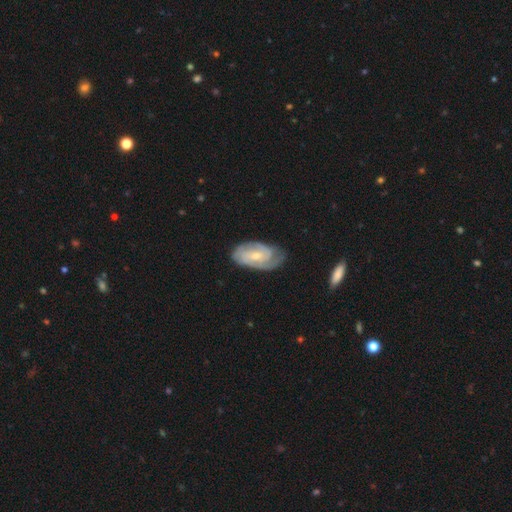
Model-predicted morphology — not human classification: A featured or disk galaxy (79%) with no bar (53%), 2 (47%) tight (65%) spiral arms (95%) and a small central bulge (55%). Merging: none (67%).